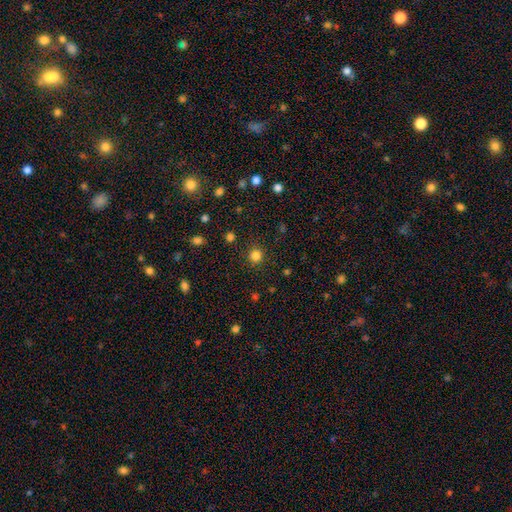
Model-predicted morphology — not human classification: A smooth galaxy with no disk features (82%) that is round (93%).

Vote fractions:
- Smooth or featured? smooth: 82% / star or artifact: 14% / featured or disk: 4%
- How rounded? round: 93% / in between: 6% / cigar-shaped: 1%
- Merging? none: 90% / minor disturbance: 6% / major disturbance: 3% / merger: 1%